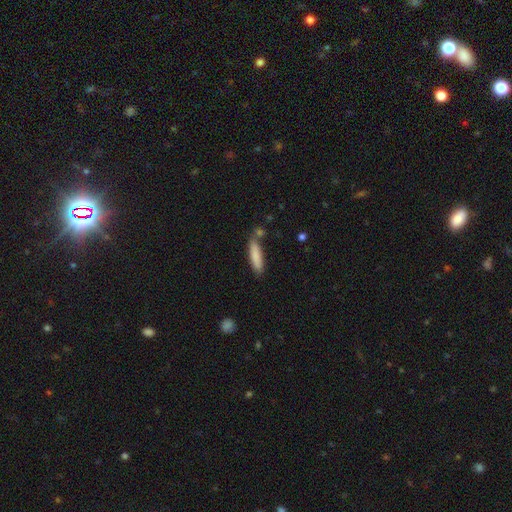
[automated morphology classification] Smooth or featured: smooth — 84% (featured or disk — 11%)
How rounded: cigar-shaped — 75% (in between — 23%)
Merging: none — 72% (minor disturbance — 15%)